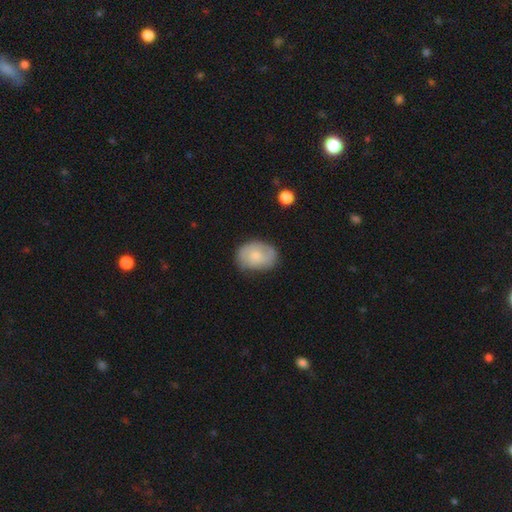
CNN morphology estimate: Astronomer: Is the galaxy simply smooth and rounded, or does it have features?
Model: smooth — 56% (runner-up: featured or disk, 37%).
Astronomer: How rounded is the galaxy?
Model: in between — 74%.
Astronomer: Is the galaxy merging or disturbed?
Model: none — 71%.